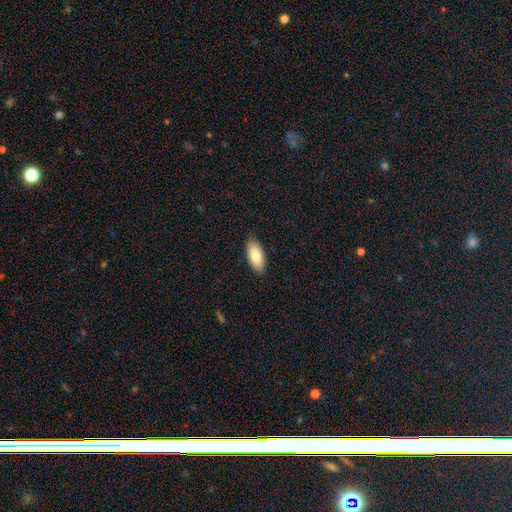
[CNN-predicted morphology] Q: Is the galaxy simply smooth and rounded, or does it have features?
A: smooth — 81%.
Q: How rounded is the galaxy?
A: in between — 86%.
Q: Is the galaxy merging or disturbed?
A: none — 88%.